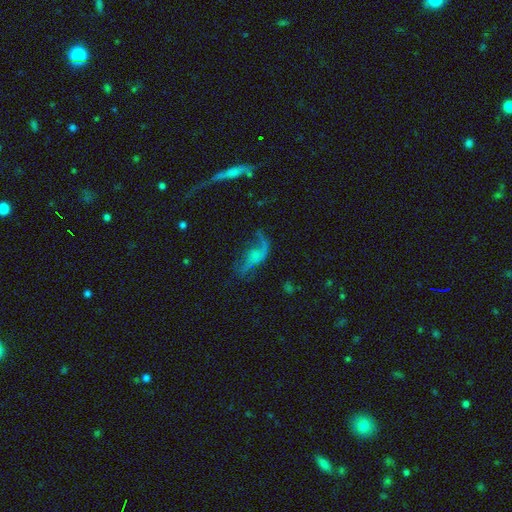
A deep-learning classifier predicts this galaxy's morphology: A featured or disk galaxy (60%) with no bar (73%), spiral arms (69%) and no central bulge (58%).

Vote fractions:
- Smooth or featured? featured or disk: 60% / smooth: 27% / star or artifact: 13%
- Edge-on disk? no: 91% / yes: 9%
- Bar? no: 73% / weak: 21% / strong: 6%
- Spiral arms? yes: 69% / no: 31%
- Bulge size? none: 58% / small: 26% / moderate: 10% / large: 4% / dominant: 2%
- Merging? major disturbance: 40% / none: 35% / minor disturbance: 19% / merger: 6%